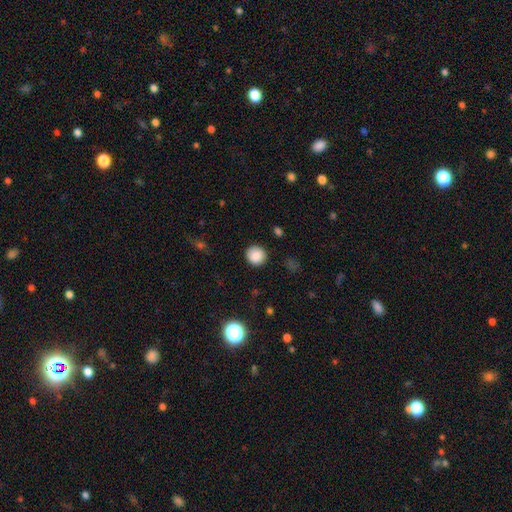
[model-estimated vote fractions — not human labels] The model was most divided on "smooth or featured": smooth: 87%, star or artifact: 9%, featured or disk: 4%. More confident: how rounded — round (91%); merging — none (89%).